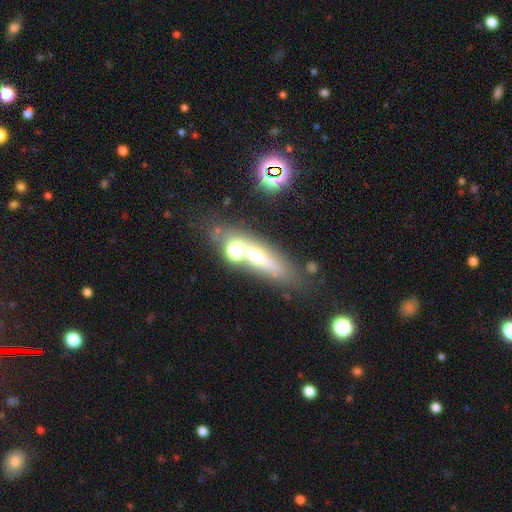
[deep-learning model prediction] smooth-or-featured: smooth: 40% | featured or disk: 39% | star or artifact: 21%
  merging: none: 56% | merger: 21% | minor disturbance: 14% | major disturbance: 8%